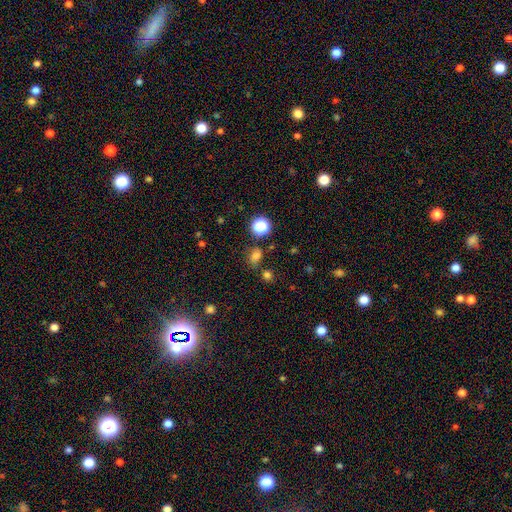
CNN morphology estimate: Q: Smooth or featured?
A: smooth (71%); runner-up: star or artifact (22%)
Q: How rounded?
A: in between (52%); runner-up: round (46%)
Q: Merging?
A: none (67%); runner-up: minor disturbance (17%)